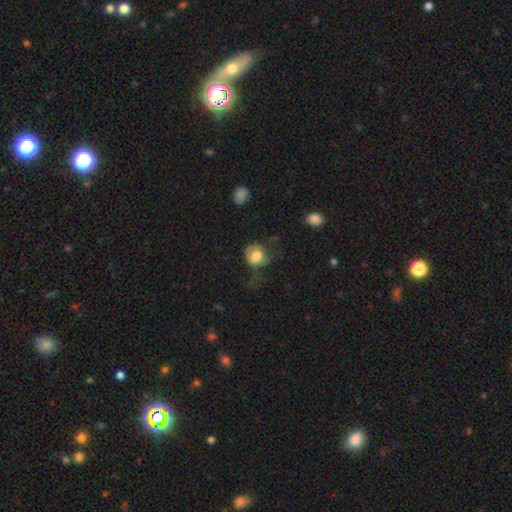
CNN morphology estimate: This is likely a smooth galaxy (77%). How rounded: likely round (73%). Merging: marginally none (37%).